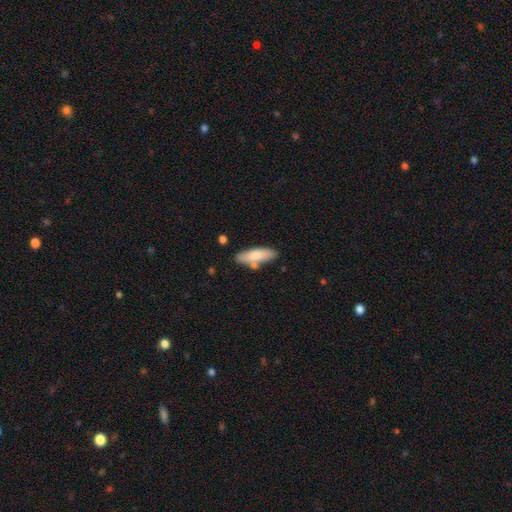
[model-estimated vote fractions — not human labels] Smooth or featured?
  - smooth: 76% *
  - featured or disk: 19%
  - star or artifact: 6%
How rounded?
  - in between: 50% *
  - cigar-shaped: 48%
  - round: 2%
Merging?
  - none: 72% *
  - minor disturbance: 14%
  - merger: 10%
  - major disturbance: 3%